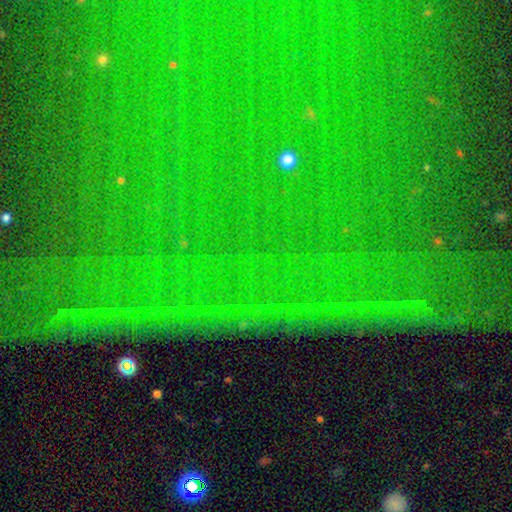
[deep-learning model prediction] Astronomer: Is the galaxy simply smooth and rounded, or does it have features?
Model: star or artifact — 84%.